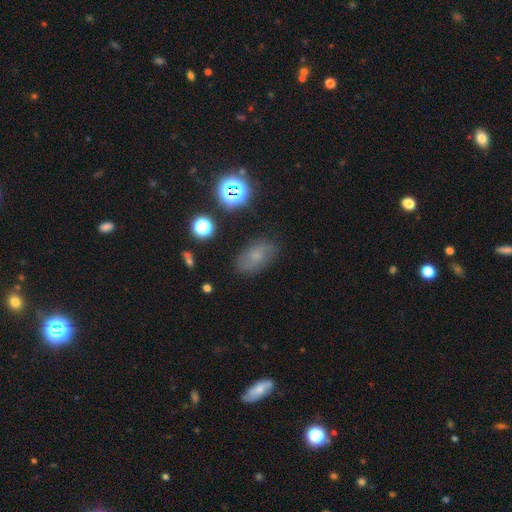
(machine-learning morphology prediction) Smooth or featured: smooth — 62% (featured or disk — 20%)
How rounded: in between — 87% (round — 10%)
Merging: none — 76% (minor disturbance — 17%)